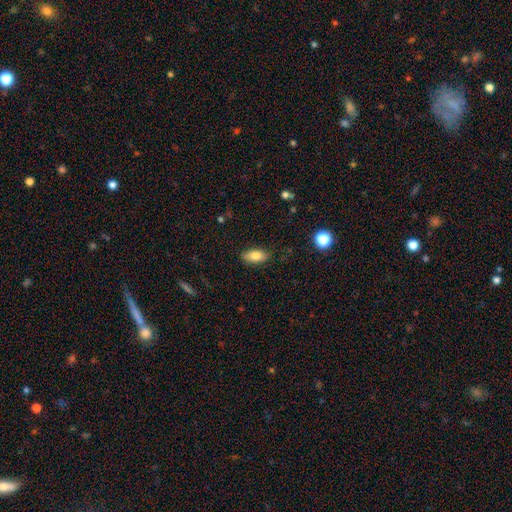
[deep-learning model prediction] This appears to be a smooth galaxy with no disk features (80%) that is in between round and cigar-shaped (88%). Merging: none (85%).